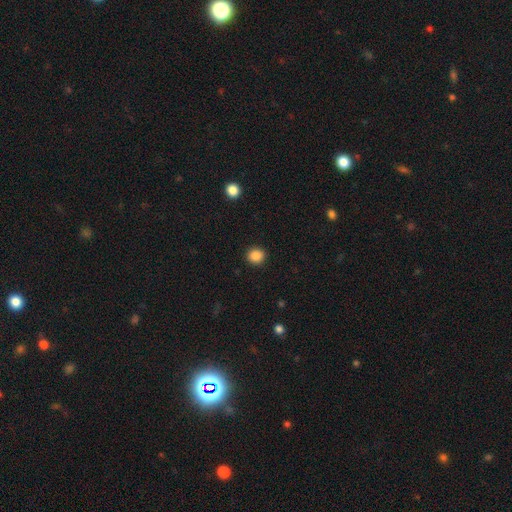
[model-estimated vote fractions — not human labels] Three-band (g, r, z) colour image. It shows a smooth galaxy with no disk features (87%) that is round (86%). Merging: none (92%).